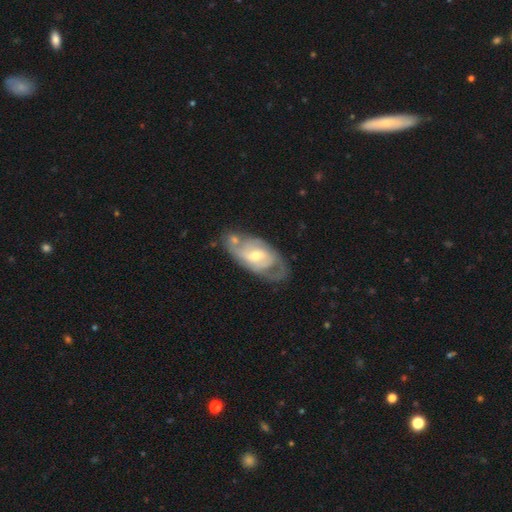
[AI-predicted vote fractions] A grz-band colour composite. It shows a featured or disk galaxy (74%) with a weak bar (51%), 2 (52%) medium (42%) spiral arms (81%) and a moderate central bulge (49%). Merging: none (55%).